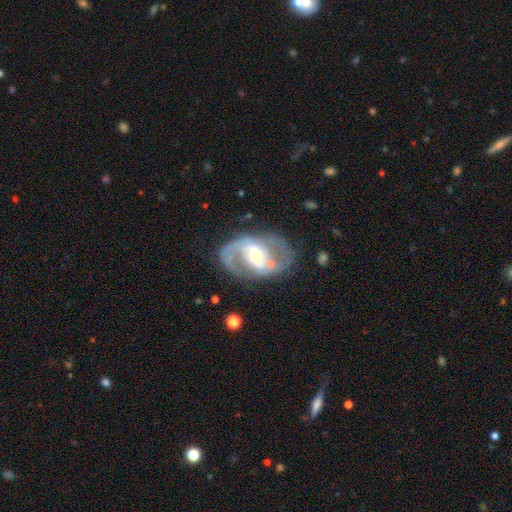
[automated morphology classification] smooth-or-featured: featured or disk: 86% | smooth: 9% | star or artifact: 5%
  disk-edge-on: no: 97% | yes: 3%
    bar: weak: 42% | no: 31% | strong: 27%
    has-spiral-arms: yes: 92% | no: 8%
      spiral-winding: medium: 52% | loose: 29% | tight: 19%
      spiral-arm-count: 2: 85% | can't tell: 6% | 1: 5% | 3: 2% | 4: 1% | more than 4: 1%
    bulge-size: moderate: 46% | small: 45% | large: 6% | none: 1% | dominant: 1%
  merging: none: 69% | minor disturbance: 16% | major disturbance: 11% | merger: 4%